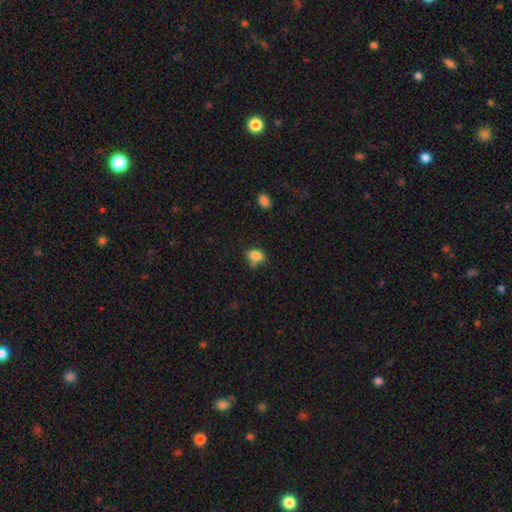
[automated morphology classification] type=smooth (83%); roundness=in between (74%); merging=none (58%).